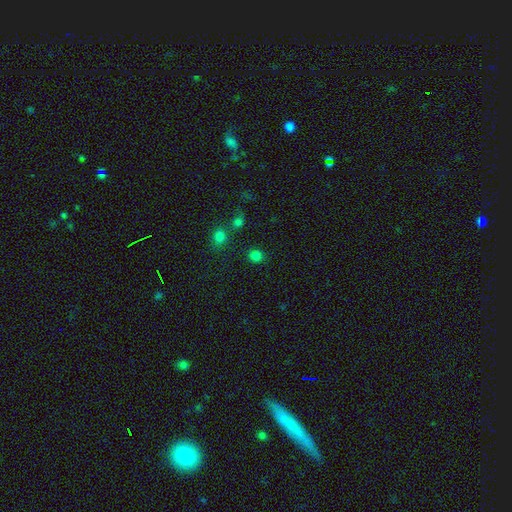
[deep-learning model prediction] Overall: smooth (79%). How rounded: round (83%). Merging: none (83%).